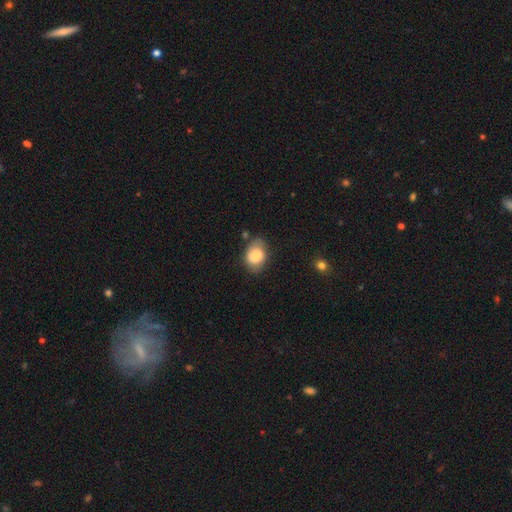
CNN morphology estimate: The model was most divided on "merging": none: 64%, minor disturbance: 25%, major disturbance: 7%, merger: 4%. More confident: smooth or featured — smooth (82%); how rounded — in between (72%).